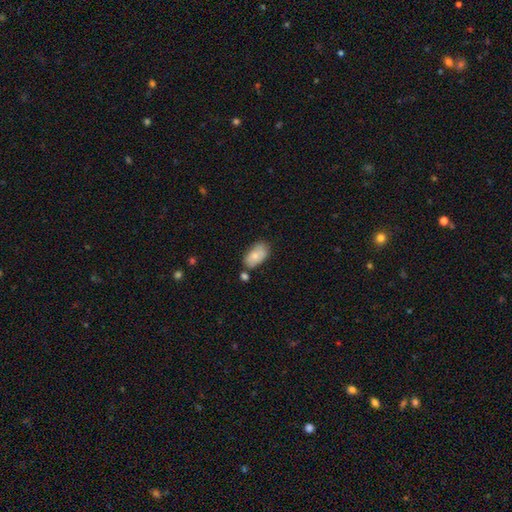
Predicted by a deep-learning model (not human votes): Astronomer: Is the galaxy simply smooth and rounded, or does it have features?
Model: smooth — 76%.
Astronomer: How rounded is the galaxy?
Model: in between — 93%.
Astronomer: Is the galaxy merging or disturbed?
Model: none — 61%.